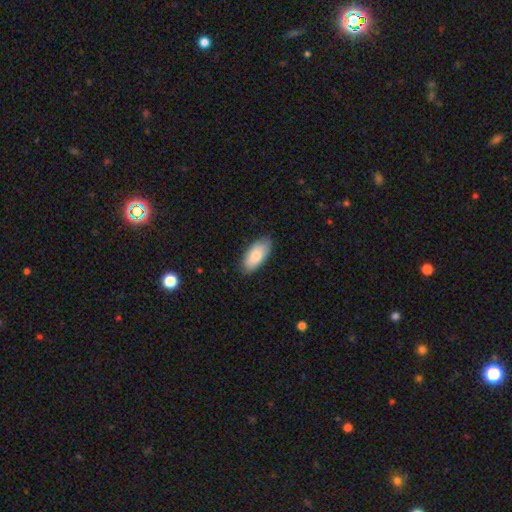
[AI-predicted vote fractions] This is clearly a smooth galaxy (81%). How rounded: clearly in between (92%). Merging: clearly none (82%).